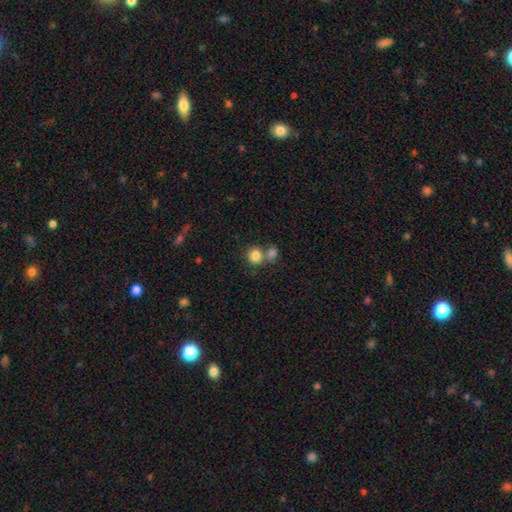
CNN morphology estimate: The model was most divided on "merging": none: 52%, merger: 37%, minor disturbance: 8%, major disturbance: 3%. More confident: smooth or featured — smooth (83%); how rounded — round (82%).